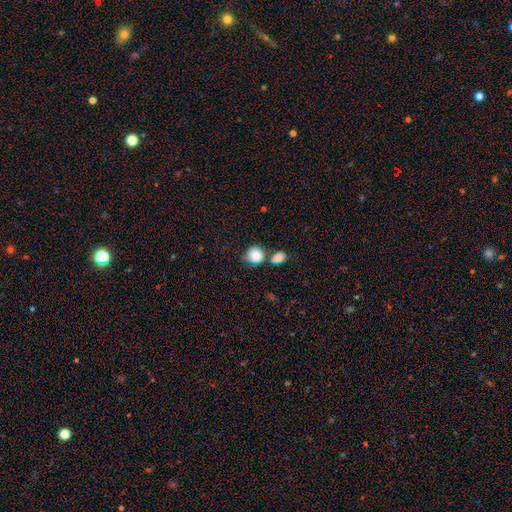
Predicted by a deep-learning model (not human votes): The model was most divided on "merging": none: 58%, merger: 26%, minor disturbance: 12%, major disturbance: 4%. More confident: how rounded — round (86%); smooth or featured — smooth (85%).